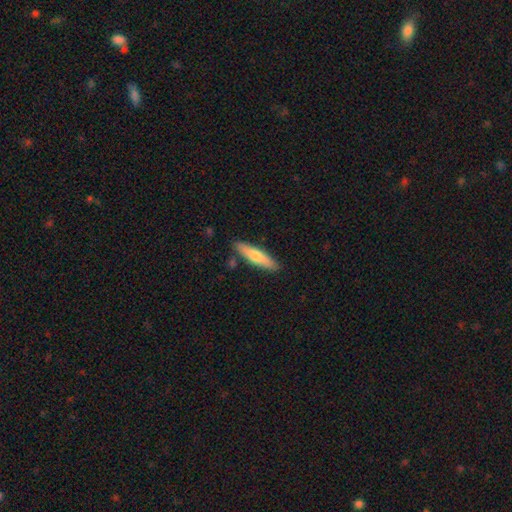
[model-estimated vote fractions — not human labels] smooth-or-featured: smooth: 66% | featured or disk: 28% | star or artifact: 6%
  how-rounded: cigar-shaped: 79% | in between: 20% | round: 2%
  merging: none: 86% | minor disturbance: 10% | merger: 3% | major disturbance: 2%